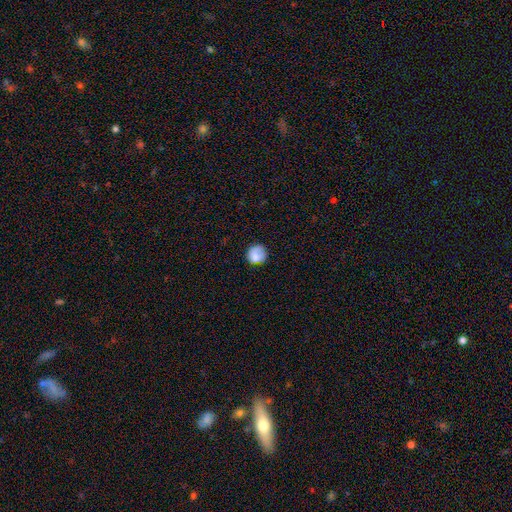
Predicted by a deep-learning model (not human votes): Smooth or featured? Predicted: smooth (p=0.82). How rounded? Predicted: round (p=0.86). Merging? Predicted: none (p=0.70).